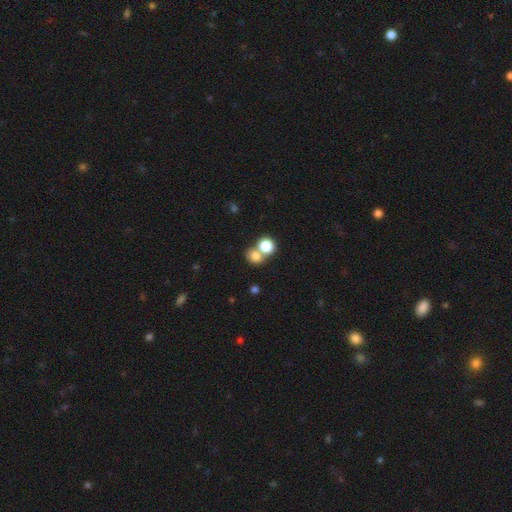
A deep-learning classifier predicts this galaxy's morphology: smooth_or_featured: smooth (p=0.77) [alt: star or artifact p=0.13]
how_rounded: round (p=0.70) [alt: in between p=0.29]
merging: merger (p=0.49) [alt: none p=0.40]